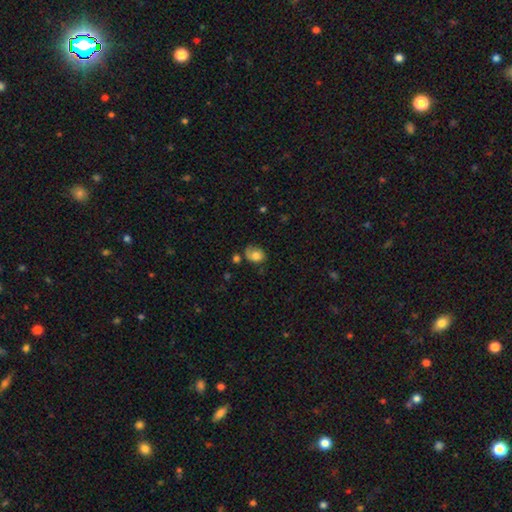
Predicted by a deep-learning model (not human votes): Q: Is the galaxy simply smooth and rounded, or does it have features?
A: smooth — 71%.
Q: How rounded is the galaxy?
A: in between — 60%.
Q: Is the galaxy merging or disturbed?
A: none — 47%.